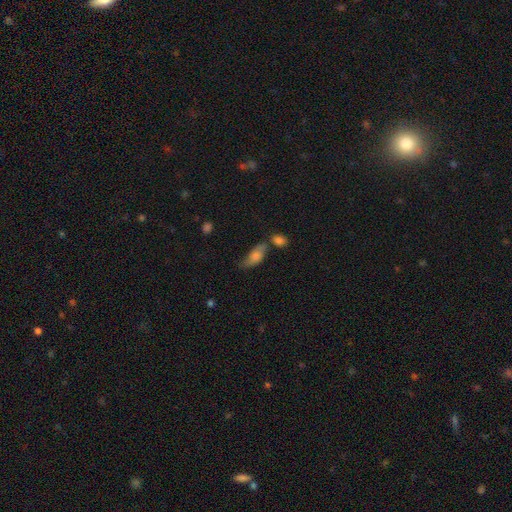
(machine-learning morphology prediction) The model was most divided on "merging": none: 45%, minor disturbance: 25%, merger: 19%, major disturbance: 11%. More confident: how rounded — in between (77%); smooth or featured — smooth (67%).